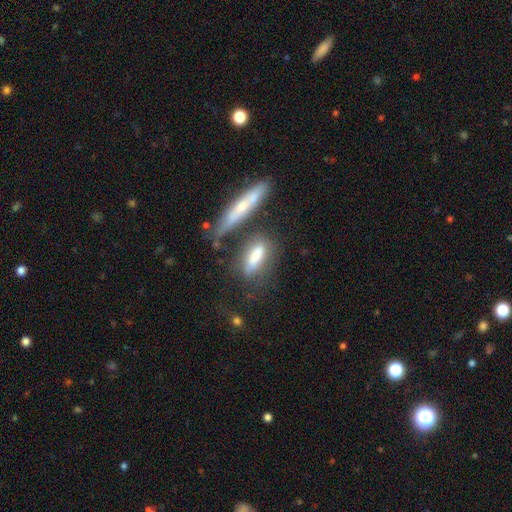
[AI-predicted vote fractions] Morphology: type=smooth (63%); roundness=in between (50%); merging=none (55%).